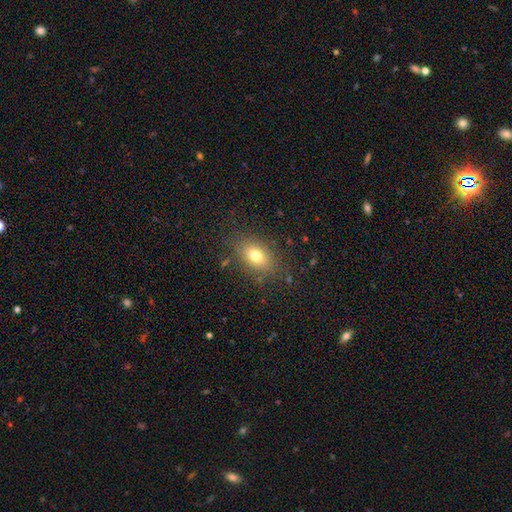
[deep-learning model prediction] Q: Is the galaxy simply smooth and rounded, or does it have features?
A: smooth — 75%.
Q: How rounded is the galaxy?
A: in between — 79%.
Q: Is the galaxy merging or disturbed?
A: none — 82%.